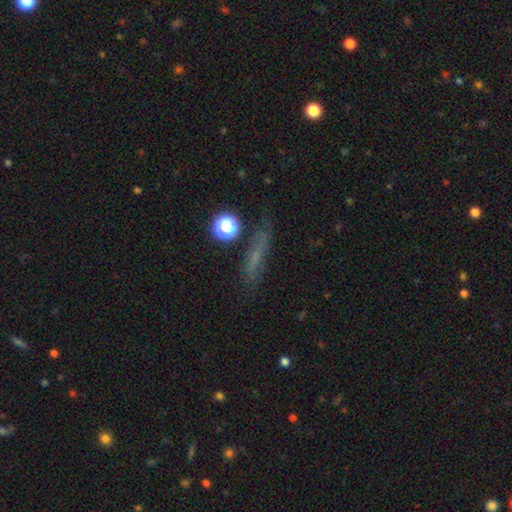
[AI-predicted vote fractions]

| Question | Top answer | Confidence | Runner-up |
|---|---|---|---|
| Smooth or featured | smooth | 50% | featured or disk (27%) |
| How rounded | cigar-shaped | 72% | in between (16%) |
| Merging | none | 77% | minor disturbance (14%) |